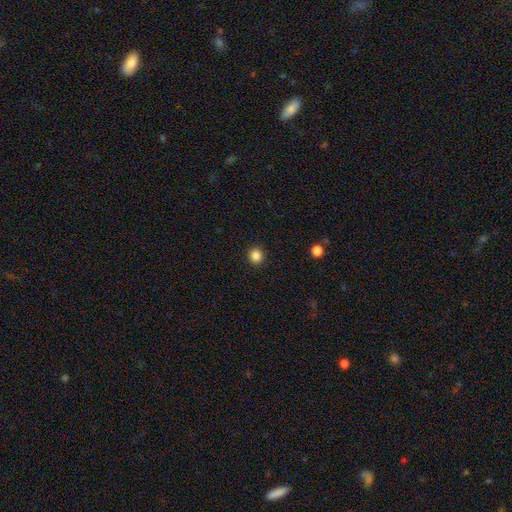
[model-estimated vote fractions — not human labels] Morphology: type=smooth (85%); roundness=round (94%); merging=none (93%).